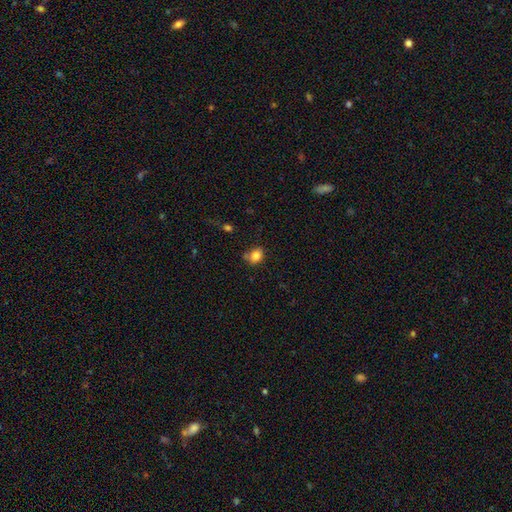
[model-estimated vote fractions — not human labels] Overall: smooth (82%). How rounded: in between (54%; round 45%). Merging: none (64%).